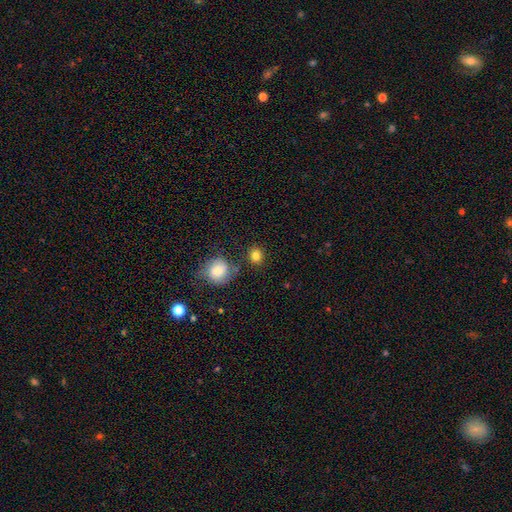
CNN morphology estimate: type=smooth (84%); roundness=round (78%); merging=none (80%).